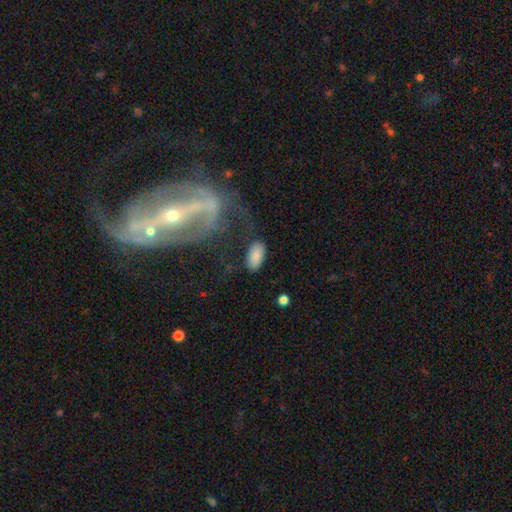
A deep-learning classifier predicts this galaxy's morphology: smooth 84%, featured or disk 8%, star or artifact 8%. Down the decision tree: how rounded — in between (94%); merging — none (76%).